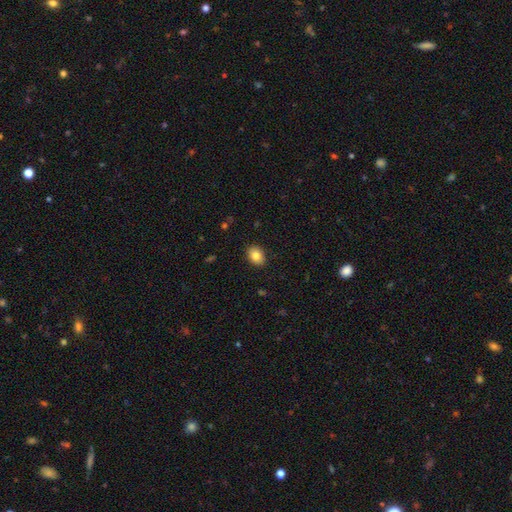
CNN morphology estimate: Smooth or featured?
  - smooth: 84% *
  - star or artifact: 9%
  - featured or disk: 8%
How rounded?
  - in between: 64% *
  - round: 35%
  - cigar-shaped: 1%
Merging?
  - none: 89% *
  - minor disturbance: 8%
  - major disturbance: 2%
  - merger: 1%